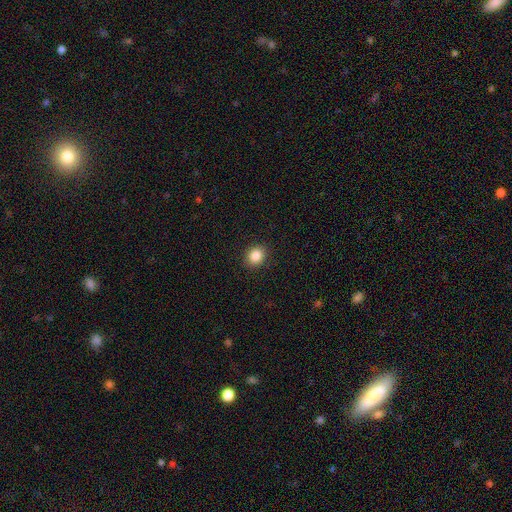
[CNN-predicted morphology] Smooth or featured? Predicted: smooth (p=0.86). How rounded? Predicted: round (p=0.67). Merging? Predicted: none (p=0.90).